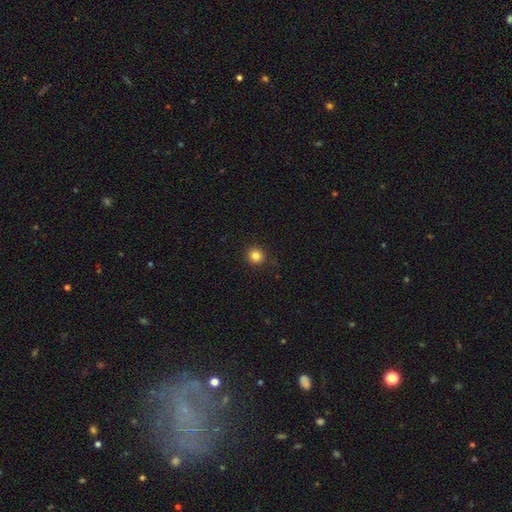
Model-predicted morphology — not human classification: This appears to be a smooth galaxy with no disk features (84%) that is round (92%). Merging: none (88%).